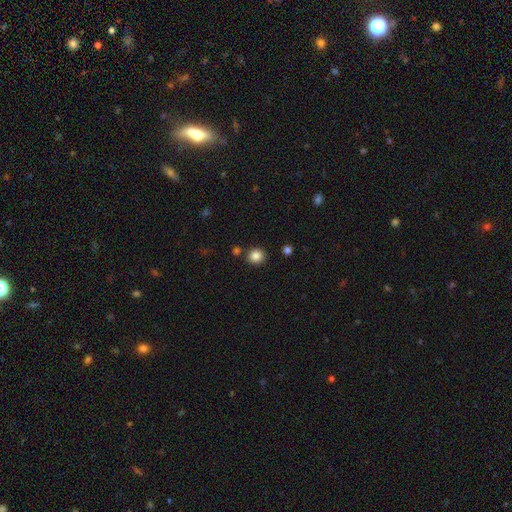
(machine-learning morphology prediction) smooth 85%, star or artifact 11%, featured or disk 4%. Down the decision tree: how rounded — round (87%); merging — none (86%).